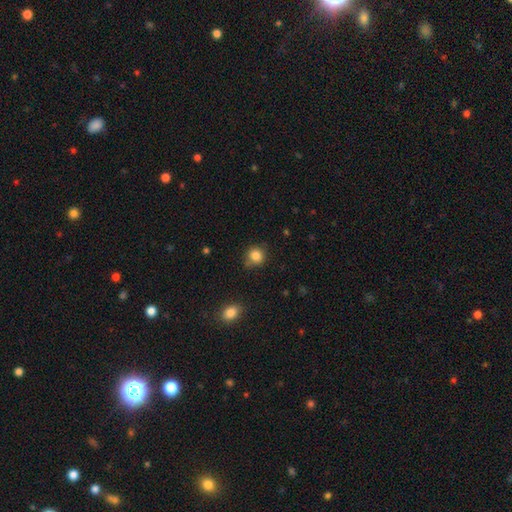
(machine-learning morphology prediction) Q: Smooth or featured?
A: smooth (84%); runner-up: star or artifact (11%)
Q: How rounded?
A: round (87%); runner-up: in between (12%)
Q: Merging?
A: none (76%); runner-up: minor disturbance (17%)